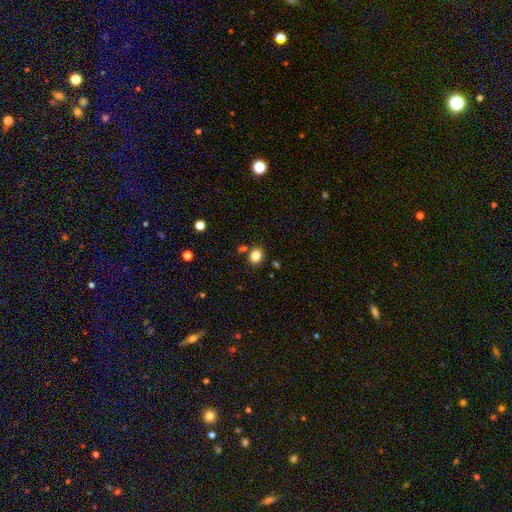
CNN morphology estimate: Overall: smooth (84%). How rounded: round (58%; in between 41%). Merging: none (81%).